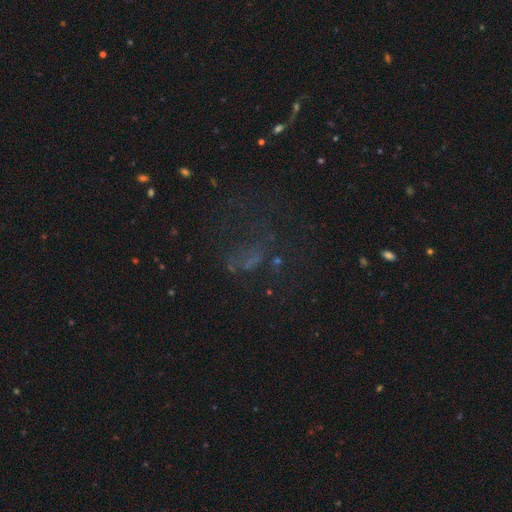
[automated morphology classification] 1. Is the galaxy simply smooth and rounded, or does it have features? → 48% star or artifact, 27% featured or disk, 25% smooth.